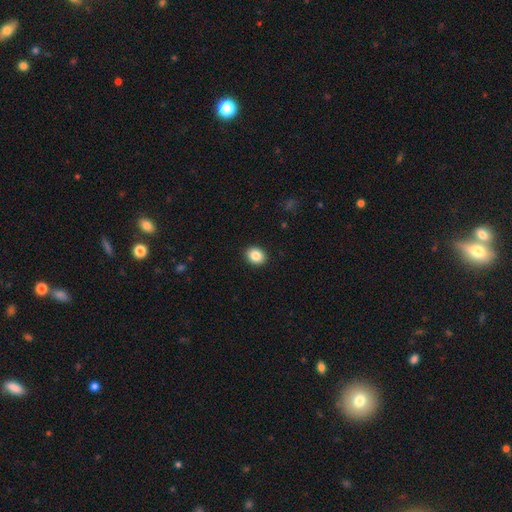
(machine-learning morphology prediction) Smooth or featured? smooth (86%)
How rounded? round (56%)
Merging? none (92%)